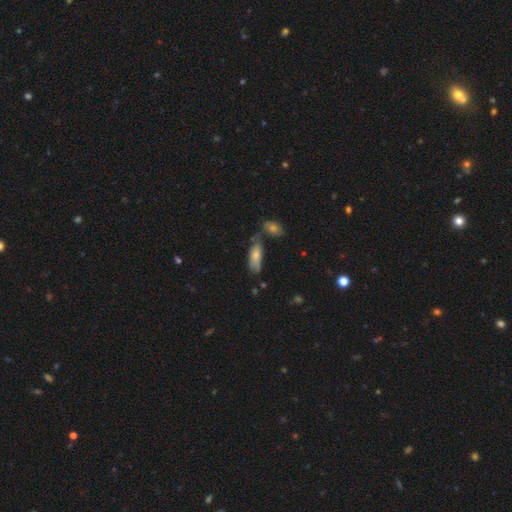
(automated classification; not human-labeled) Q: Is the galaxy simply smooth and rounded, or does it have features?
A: smooth — 74%.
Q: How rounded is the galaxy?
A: in between — 70%.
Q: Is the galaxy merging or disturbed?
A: none — 52%.